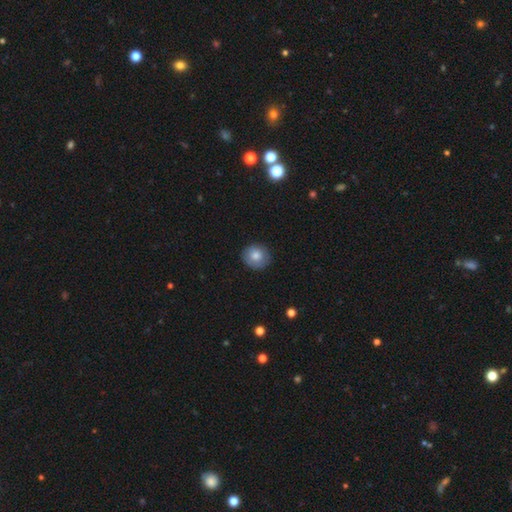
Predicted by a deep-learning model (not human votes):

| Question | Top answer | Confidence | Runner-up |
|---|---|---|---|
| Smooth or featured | smooth | 80% | featured or disk (12%) |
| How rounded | round | 87% | in between (12%) |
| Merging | none | 87% | minor disturbance (10%) |